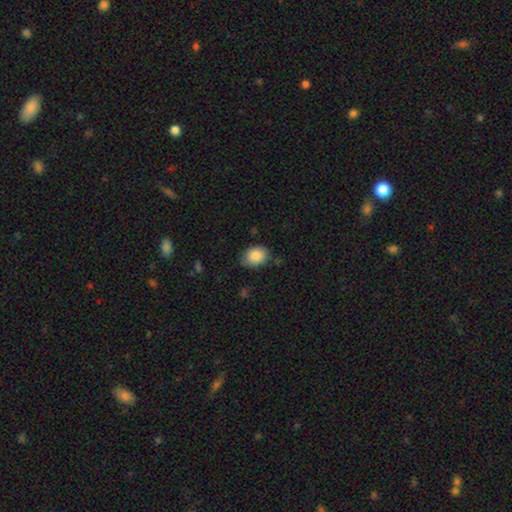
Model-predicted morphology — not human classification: Smooth or featured? Predicted: smooth (p=0.87). How rounded? Predicted: in between (p=0.66). Merging? Predicted: none (p=0.74).